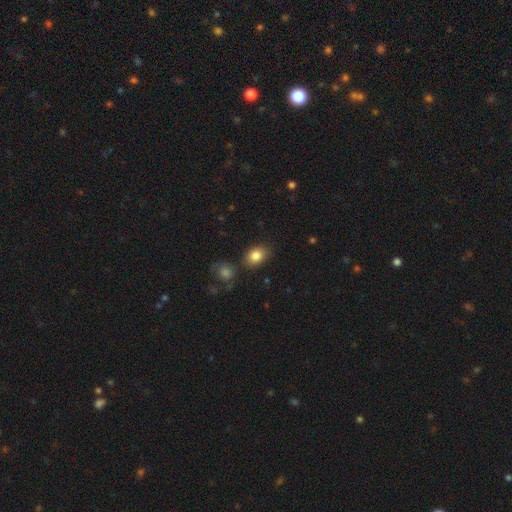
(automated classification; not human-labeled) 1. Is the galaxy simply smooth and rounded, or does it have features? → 85% smooth, 9% star or artifact, 6% featured or disk.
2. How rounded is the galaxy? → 70% in between, 29% round, 1% cigar-shaped.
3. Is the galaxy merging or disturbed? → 78% none, 12% minor disturbance, 7% merger, 3% major disturbance.